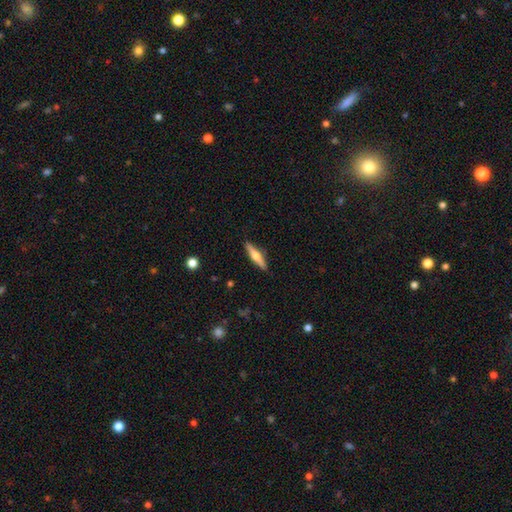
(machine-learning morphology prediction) A featured or disk galaxy (56%) viewed edge-on (96%) with a rounded central bulge (91%).

Vote fractions:
- Smooth or featured? featured or disk: 56% / smooth: 38% / star or artifact: 6%
- Edge-on disk? yes: 96% / no: 4%
- Edge-on bulge? rounded: 91% / boxy: 4% / none: 4%
- Merging? none: 90% / minor disturbance: 7% / major disturbance: 2% / merger: 1%